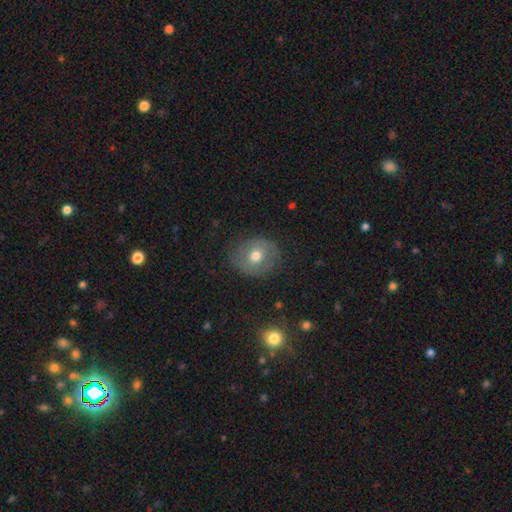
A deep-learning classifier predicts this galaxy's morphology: This is possibly a smooth galaxy (57%). How rounded: likely round (74%). Merging: likely none (79%).